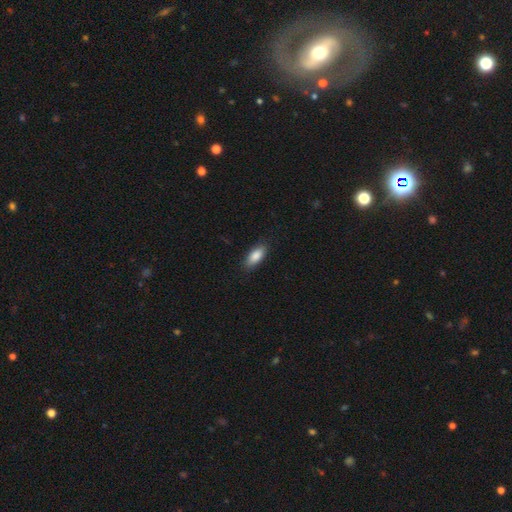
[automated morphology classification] smooth_or_featured: smooth (p=0.87) [alt: featured or disk p=0.07]
how_rounded: in between (p=0.85) [alt: cigar-shaped p=0.13]
merging: none (p=0.86) [alt: minor disturbance p=0.11]